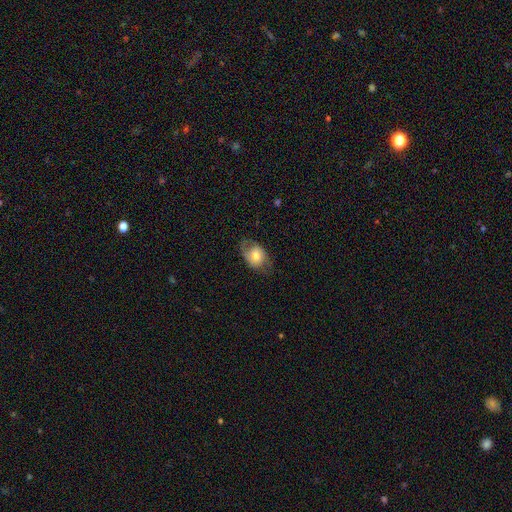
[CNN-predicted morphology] Smooth or featured? Predicted: smooth (p=0.50). How rounded? Predicted: in between (p=0.73). Merging? Predicted: none (p=0.65).